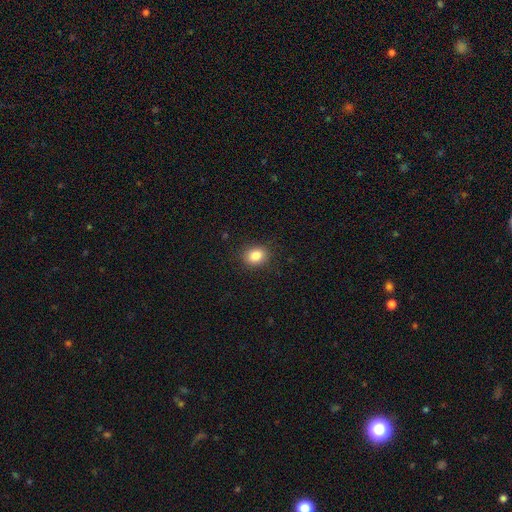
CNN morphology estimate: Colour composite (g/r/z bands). It shows a smooth galaxy with no disk features (85%) that is round (51%). Merging: none (88%).